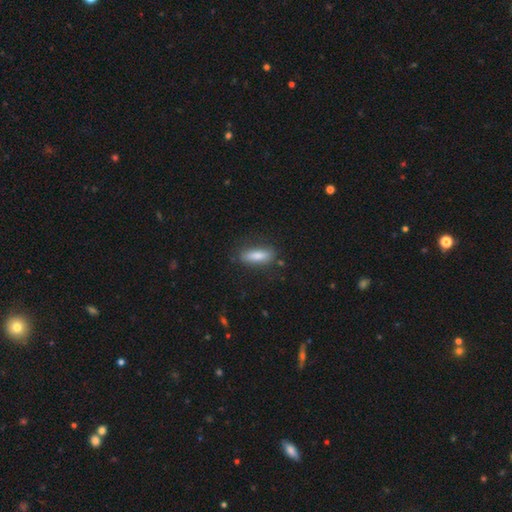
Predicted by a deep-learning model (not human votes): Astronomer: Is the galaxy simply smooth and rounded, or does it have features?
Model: smooth — 77%.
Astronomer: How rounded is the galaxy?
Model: in between — 50% (runner-up: cigar-shaped, 48%).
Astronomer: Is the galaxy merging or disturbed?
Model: none — 80%.